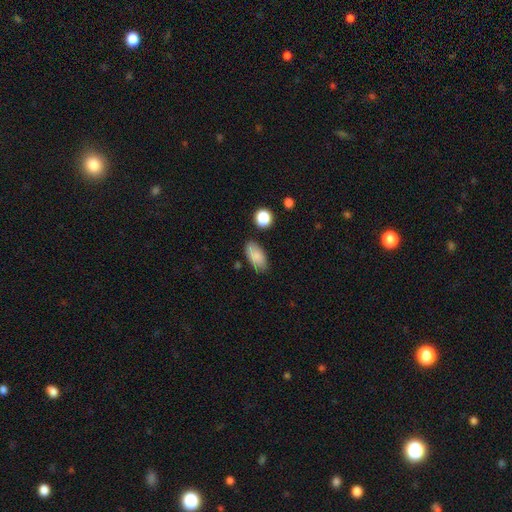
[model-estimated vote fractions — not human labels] This is clearly a smooth galaxy (85%). How rounded: clearly in between (92%). Merging: likely none (77%).